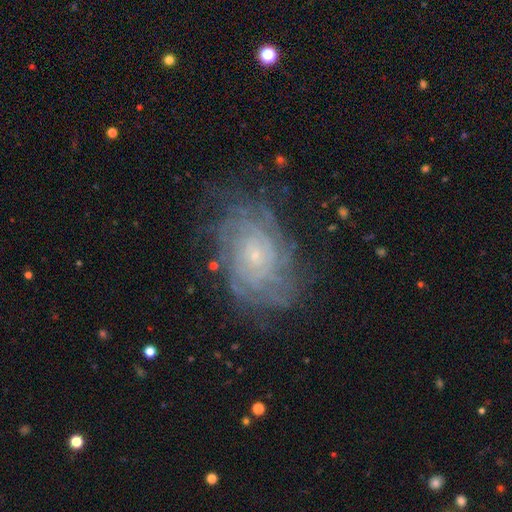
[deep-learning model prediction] smooth-or-featured: featured or disk: 82% | smooth: 10% | star or artifact: 8%
  disk-edge-on: no: 96% | yes: 4%
    bar: no: 74% | weak: 21% | strong: 4%
    has-spiral-arms: yes: 94% | no: 6%
      spiral-winding: tight: 76% | medium: 19% | loose: 5%
      spiral-arm-count: can't tell: 44% | 4: 15% | more than 4: 15% | 2: 10% | 3: 9% | 1: 6%
    bulge-size: small: 81% | moderate: 14% | none: 3% | large: 1% | dominant: 1%
  merging: none: 73% | minor disturbance: 17% | major disturbance: 8% | merger: 2%